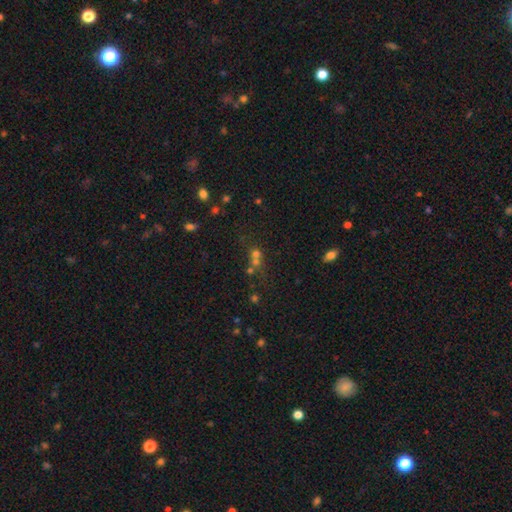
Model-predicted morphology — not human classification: Overall: smooth (44%; star or artifact 39%). Merging: none (47%; merger 39%).